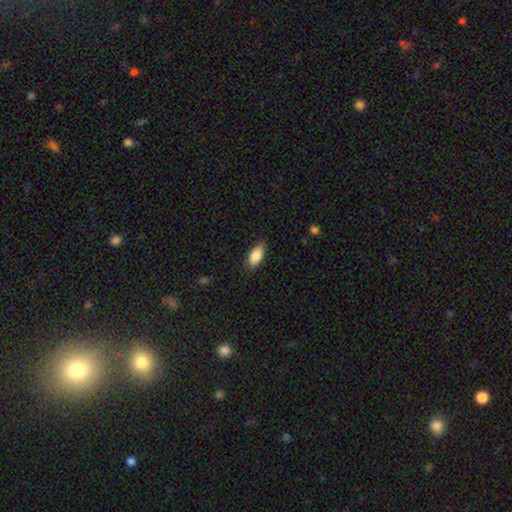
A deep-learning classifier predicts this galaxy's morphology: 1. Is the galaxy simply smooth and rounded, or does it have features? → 84% smooth, 9% featured or disk, 7% star or artifact.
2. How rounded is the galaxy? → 89% in between, 8% cigar-shaped, 3% round.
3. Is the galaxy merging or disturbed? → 80% none, 16% minor disturbance, 3% major disturbance, 1% merger.